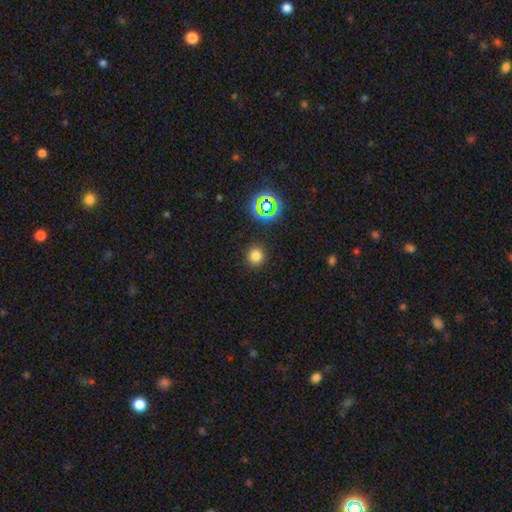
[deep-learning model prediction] smooth-or-featured: smooth: 75% | star or artifact: 19% | featured or disk: 6%
  how-rounded: round: 94% | in between: 5% | cigar-shaped: 1%
  merging: none: 89% | minor disturbance: 7% | major disturbance: 3% | merger: 2%